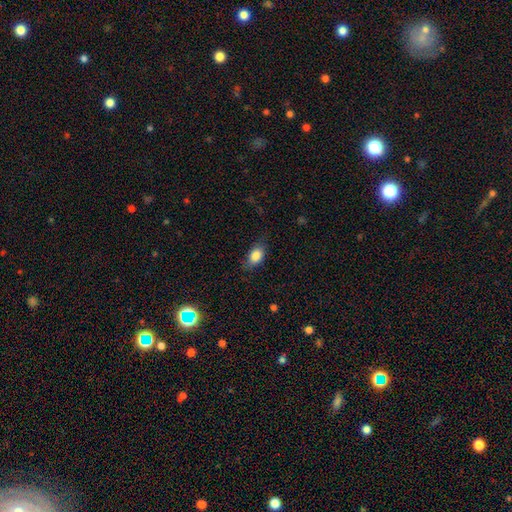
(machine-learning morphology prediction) A smooth galaxy with no disk features (83%) that is in between round and cigar-shaped (82%).

Vote fractions:
- Smooth or featured? smooth: 83% / star or artifact: 8% / featured or disk: 8%
- How rounded? in between: 82% / round: 15% / cigar-shaped: 3%
- Merging? none: 72% / minor disturbance: 21% / major disturbance: 6% / merger: 1%